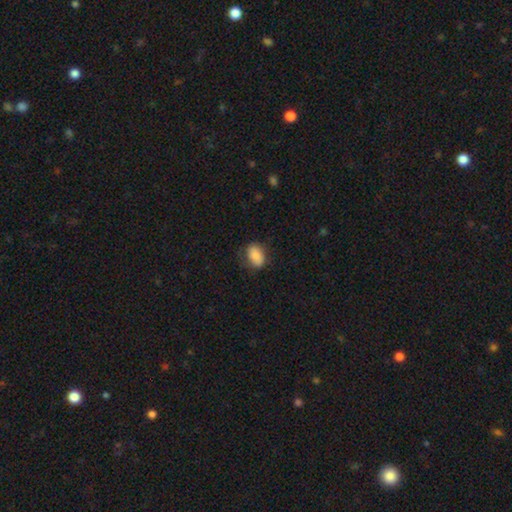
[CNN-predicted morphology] The model was most divided on "merging": none: 71%, minor disturbance: 22%, major disturbance: 6%, merger: 1%. More confident: how rounded — in between (85%); smooth or featured — smooth (85%).